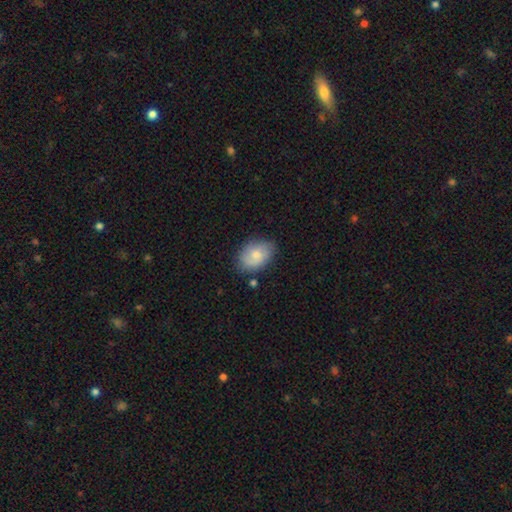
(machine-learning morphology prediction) This is likely a smooth galaxy (67%). How rounded: likely in between (79%). Merging: likely none (72%).